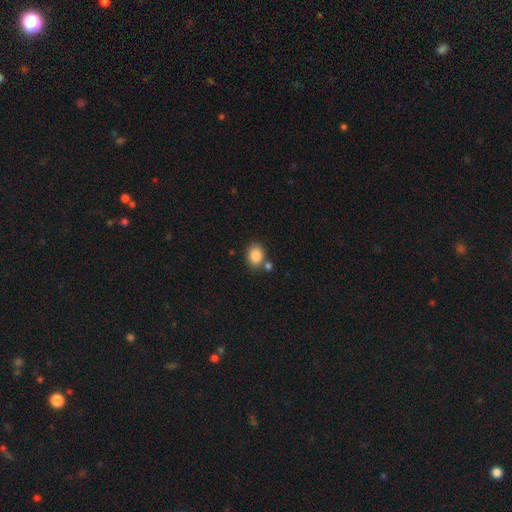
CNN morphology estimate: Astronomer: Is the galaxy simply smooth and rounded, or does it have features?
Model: smooth — 85%.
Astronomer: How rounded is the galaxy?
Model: in between — 50% (runner-up: round, 49%).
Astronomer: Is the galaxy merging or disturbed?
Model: none — 74%.